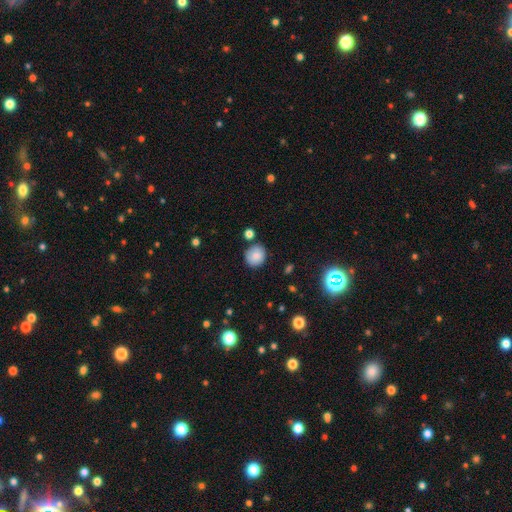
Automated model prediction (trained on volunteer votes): smooth 82%, star or artifact 10%, featured or disk 8%. Down the decision tree: how rounded — round (82%); merging — none (81%).